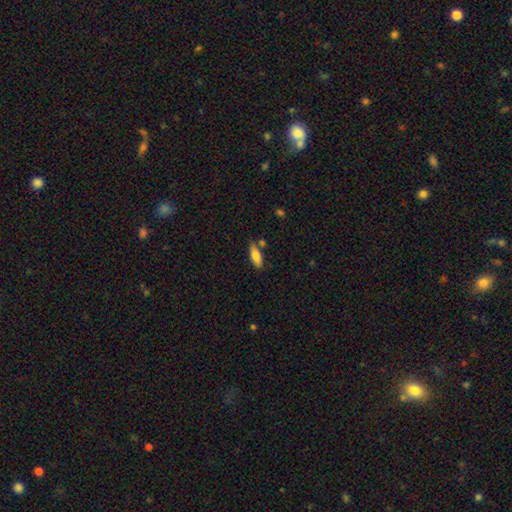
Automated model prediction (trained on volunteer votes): The model was most divided on "how rounded": in between: 71%, cigar-shaped: 26%, round: 2%. More confident: smooth or featured — smooth (79%); merging — none (69%).